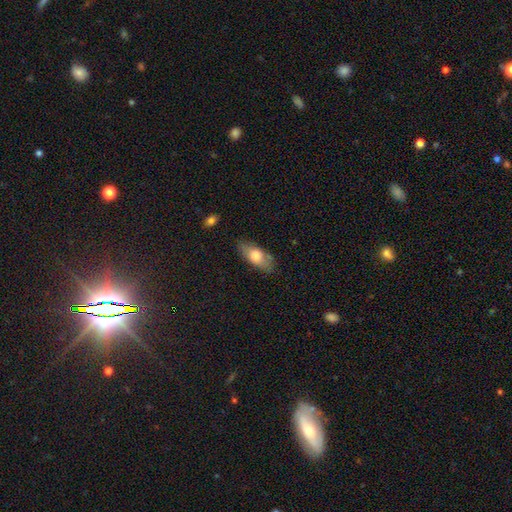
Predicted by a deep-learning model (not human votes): Smooth or featured? smooth (69%)
How rounded? in between (80%)
Merging? none (78%)